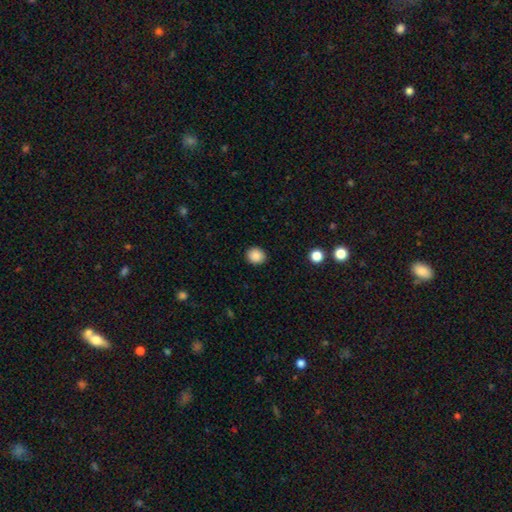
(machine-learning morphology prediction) A smooth galaxy with no disk features (88%) that is round (84%).

Vote fractions:
- Smooth or featured? smooth: 88% / star or artifact: 9% / featured or disk: 3%
- How rounded? round: 84% / in between: 15% / cigar-shaped: 1%
- Merging? none: 91% / minor disturbance: 6% / major disturbance: 2% / merger: 1%